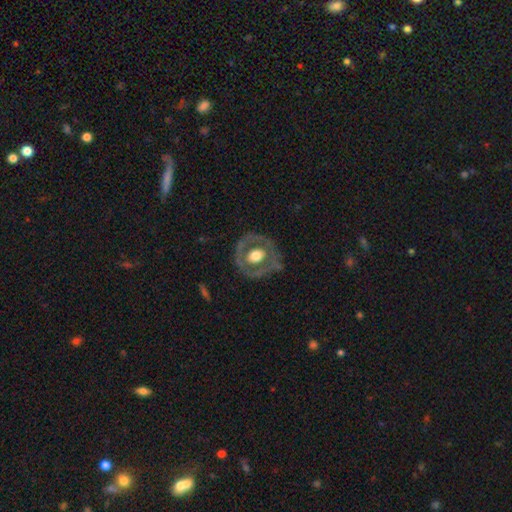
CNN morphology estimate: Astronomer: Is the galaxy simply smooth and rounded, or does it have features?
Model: featured or disk — 60%.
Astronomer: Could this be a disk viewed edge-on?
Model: no — 94%.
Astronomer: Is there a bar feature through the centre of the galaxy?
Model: no — 81%.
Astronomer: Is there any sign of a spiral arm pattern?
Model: no — 83%.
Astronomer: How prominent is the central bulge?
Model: moderate — 46%, tied with large at 46%.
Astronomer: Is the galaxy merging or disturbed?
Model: none — 74%.